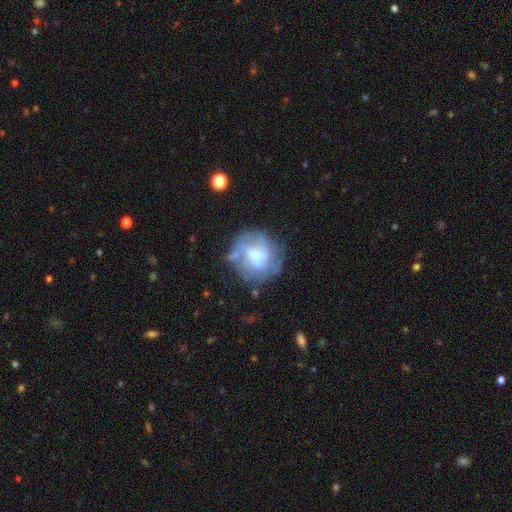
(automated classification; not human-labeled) This appears to be a smooth galaxy with no disk features (47%). Merging: none (55%).